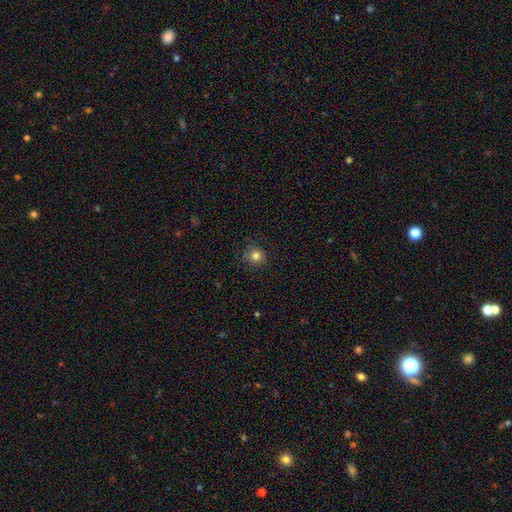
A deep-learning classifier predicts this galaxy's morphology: Smooth or featured? Predicted: smooth (p=0.82). How rounded? Predicted: round (p=0.91). Merging? Predicted: none (p=0.87).